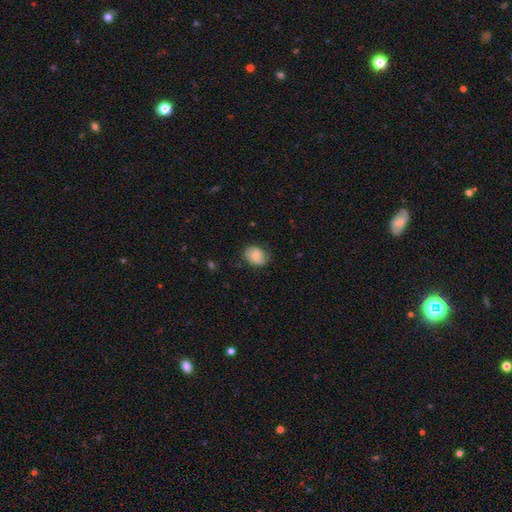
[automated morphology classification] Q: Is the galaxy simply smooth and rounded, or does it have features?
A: smooth — 52%.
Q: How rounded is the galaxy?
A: in between — 50%.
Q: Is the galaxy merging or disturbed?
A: none — 58%.